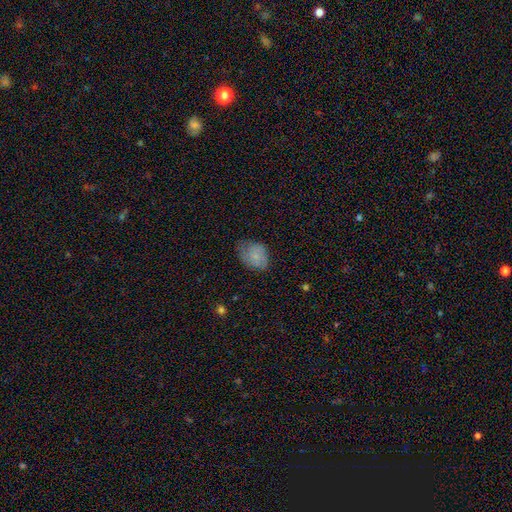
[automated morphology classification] This appears to be a smooth galaxy with no disk features (75%) that is in between round and cigar-shaped (69%). Merging: none (55%).